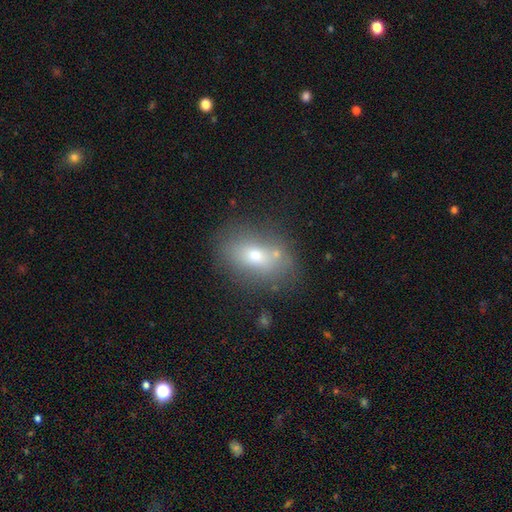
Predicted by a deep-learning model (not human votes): A smooth galaxy with no disk features (66%) that is in between round and cigar-shaped (76%). Merging: none (69%).